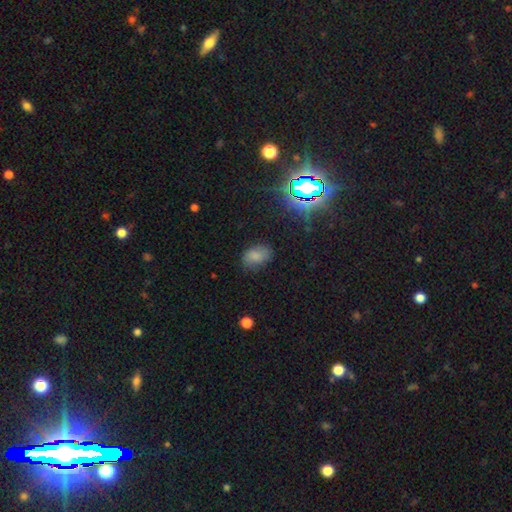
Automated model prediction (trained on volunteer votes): The model was most divided on "merging": none: 72%, minor disturbance: 21%, major disturbance: 6%, merger: 2%. More confident: how rounded — in between (84%); smooth or featured — smooth (76%).